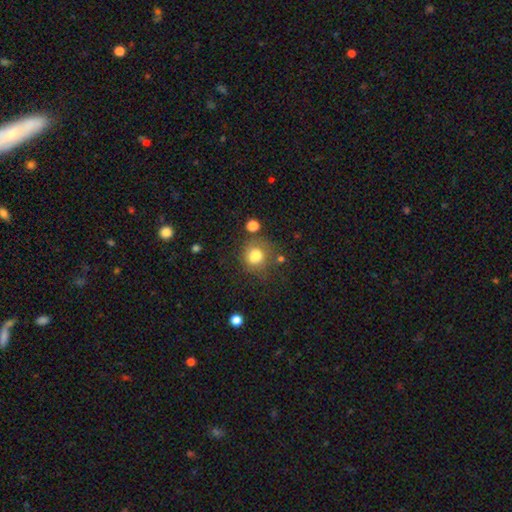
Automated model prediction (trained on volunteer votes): Smooth or featured? Predicted: smooth (p=0.78). How rounded? Predicted: round (p=0.77). Merging? Predicted: none (p=0.63).